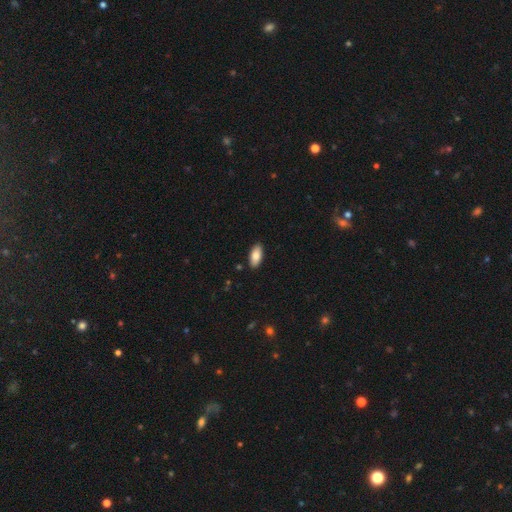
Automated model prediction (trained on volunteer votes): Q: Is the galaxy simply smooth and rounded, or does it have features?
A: smooth — 83%.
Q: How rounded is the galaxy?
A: in between — 90%.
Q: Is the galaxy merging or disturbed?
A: none — 90%.